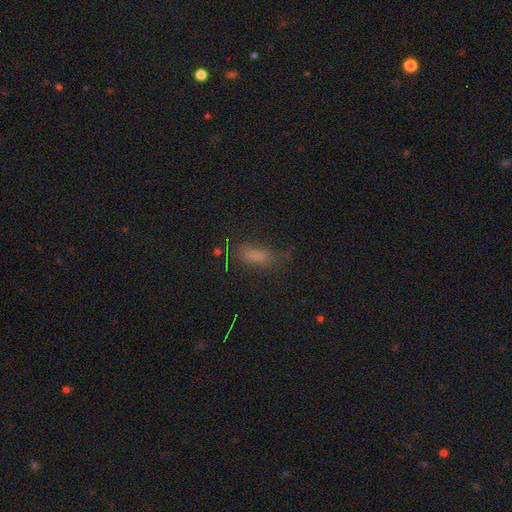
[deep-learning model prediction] smooth 70%, star or artifact 18%, featured or disk 12%. Down the decision tree: how rounded — in between (57%); merging — none (69%).